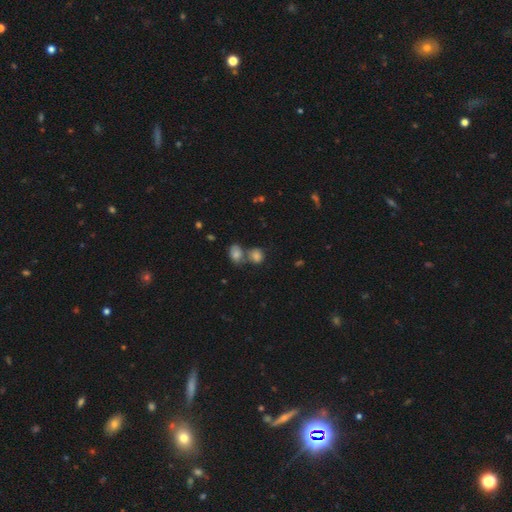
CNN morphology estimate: Smooth or featured? smooth (67%)
How rounded? round (74%)
Merging? none (51%)